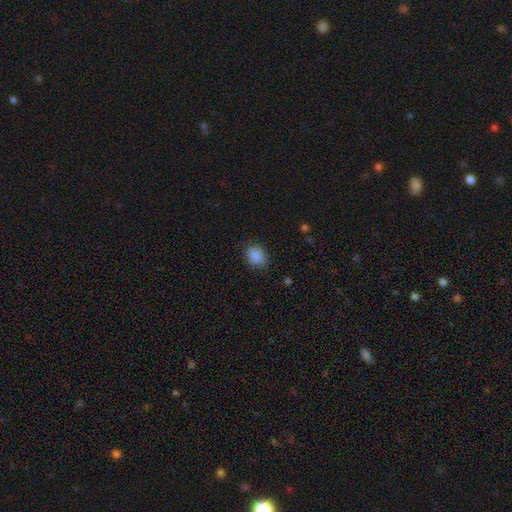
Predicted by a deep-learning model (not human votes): smooth-or-featured: smooth: 87% | star or artifact: 9% | featured or disk: 4%
  how-rounded: in between: 57% | round: 42% | cigar-shaped: 1%
  merging: none: 80% | minor disturbance: 16% | major disturbance: 4% | merger: 1%